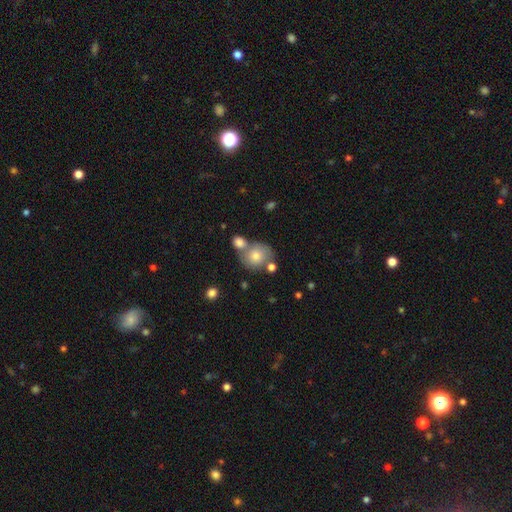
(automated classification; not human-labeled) This is likely a smooth galaxy (72%). How rounded: likely round (79%). Merging: possibly none (51%).